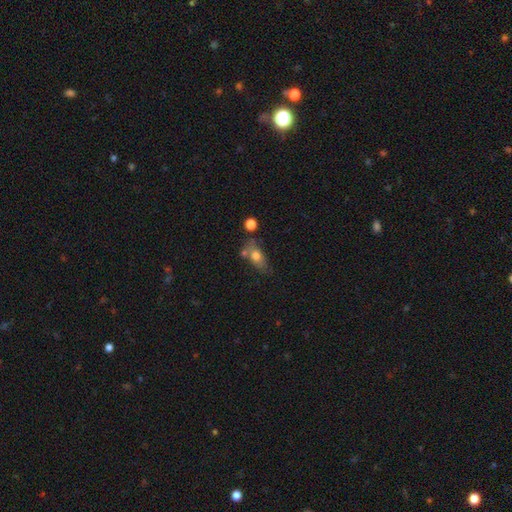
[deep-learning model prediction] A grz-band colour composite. It shows a smooth galaxy with no disk features (70%) that is in between round and cigar-shaped (77%). Merging: none (50%).